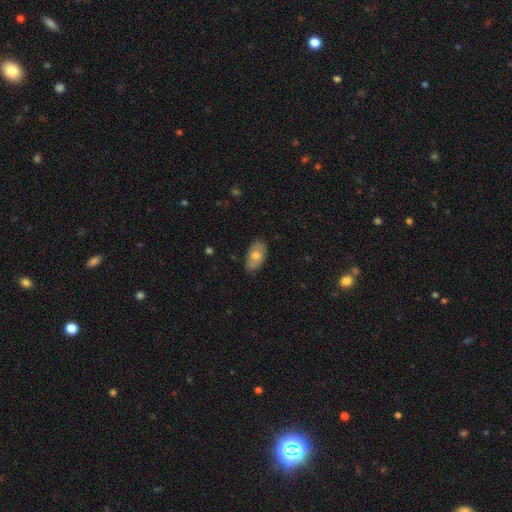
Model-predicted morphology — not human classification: This is likely a smooth galaxy (63%). How rounded: clearly in between (93%). Merging: likely none (78%).